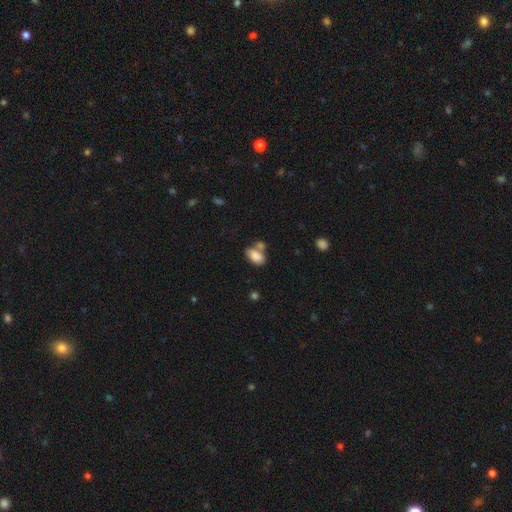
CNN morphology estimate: The model was most divided on "merging": none: 41%, merger: 38%, minor disturbance: 15%, major disturbance: 6%. More confident: how rounded — in between (90%); smooth or featured — smooth (83%).